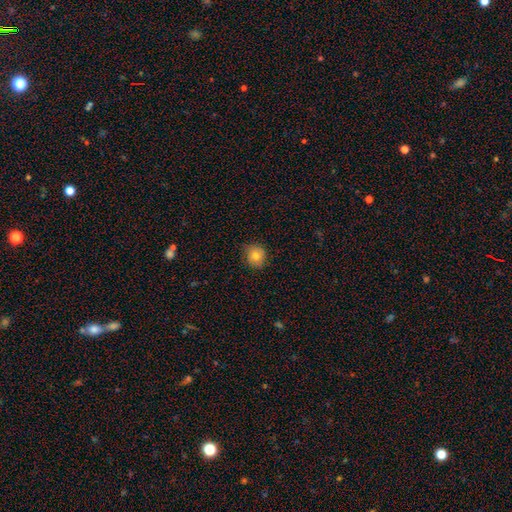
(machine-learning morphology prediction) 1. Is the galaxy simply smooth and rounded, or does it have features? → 79% smooth, 12% featured or disk, 9% star or artifact.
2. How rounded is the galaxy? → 82% round, 17% in between, 1% cigar-shaped.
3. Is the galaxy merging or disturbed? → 79% none, 17% minor disturbance, 3% major disturbance, 1% merger.